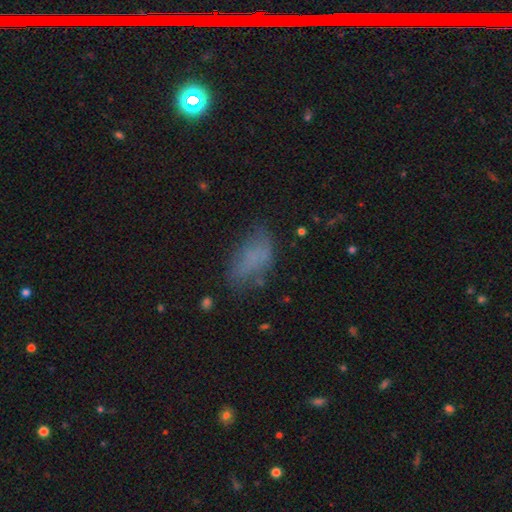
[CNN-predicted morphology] Smooth or featured: smooth — 67% (featured or disk — 20%)
How rounded: in between — 89% (cigar-shaped — 6%)
Merging: none — 53% (minor disturbance — 27%)